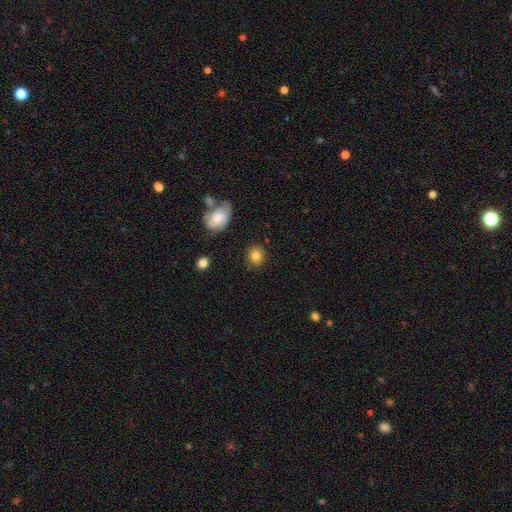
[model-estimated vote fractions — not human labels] A smooth galaxy with no disk features (82%) that is round (77%).

Vote fractions:
- Smooth or featured? smooth: 82% / star or artifact: 9% / featured or disk: 9%
- How rounded? round: 77% / in between: 22% / cigar-shaped: 1%
- Merging? none: 85% / minor disturbance: 10% / major disturbance: 3% / merger: 2%